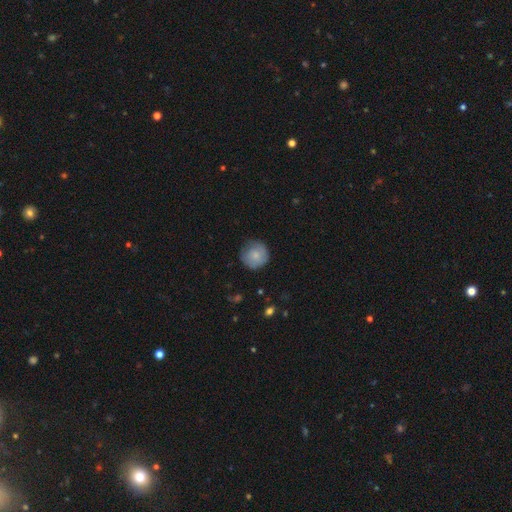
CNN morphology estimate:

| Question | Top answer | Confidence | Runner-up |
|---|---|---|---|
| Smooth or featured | smooth | 78% | featured or disk (16%) |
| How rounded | round | 93% | in between (6%) |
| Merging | none | 73% | minor disturbance (21%) |